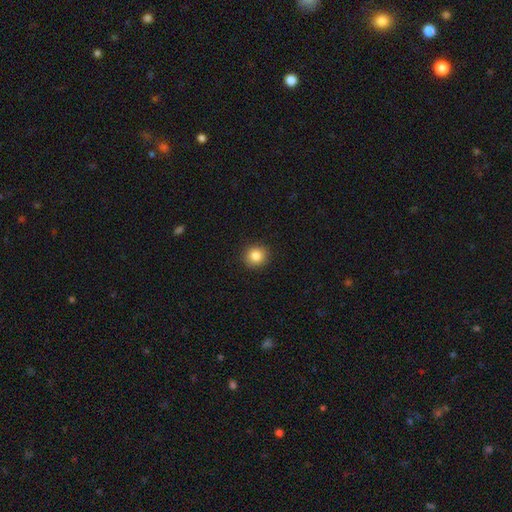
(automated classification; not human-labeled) A smooth galaxy with no disk features (85%) that is round (91%).

Vote fractions:
- Smooth or featured? smooth: 85% / star or artifact: 10% / featured or disk: 5%
- How rounded? round: 91% / in between: 8% / cigar-shaped: 1%
- Merging? none: 92% / minor disturbance: 6% / major disturbance: 2% / merger: 1%